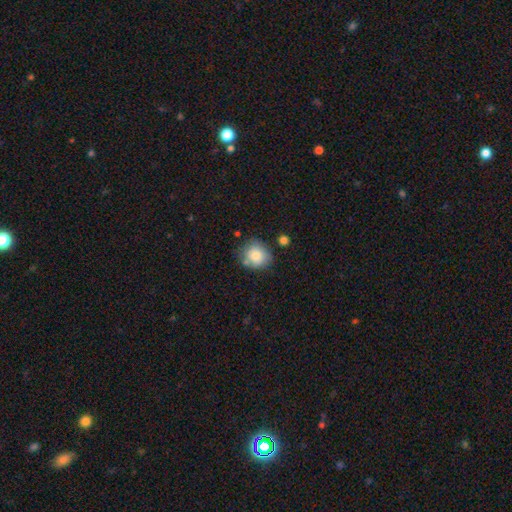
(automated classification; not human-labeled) The model was most divided on "merging": none: 65%, minor disturbance: 21%, merger: 9%, major disturbance: 5%. More confident: how rounded — round (80%); smooth or featured — smooth (79%).